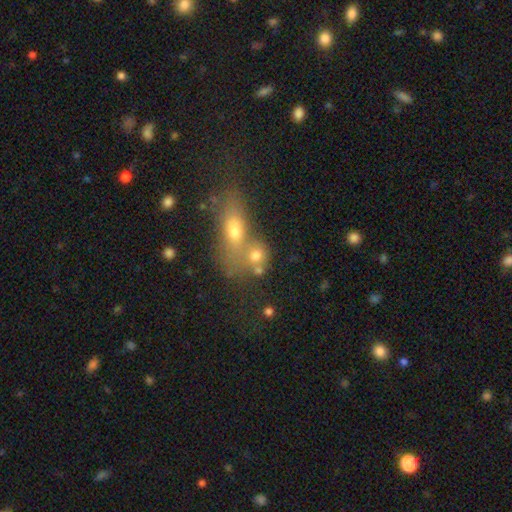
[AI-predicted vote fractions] The model was most divided on "how rounded": round: 54%, in between: 40%, cigar-shaped: 7%. More confident: smooth or featured — smooth (68%); merging — merger (50%).